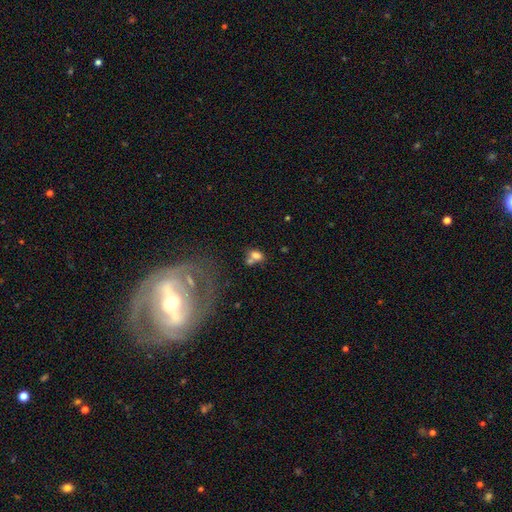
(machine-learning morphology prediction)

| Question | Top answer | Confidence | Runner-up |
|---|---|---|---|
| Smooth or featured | smooth | 70% | featured or disk (17%) |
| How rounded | in between | 71% | round (27%) |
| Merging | merger | 41% | none (37%) |